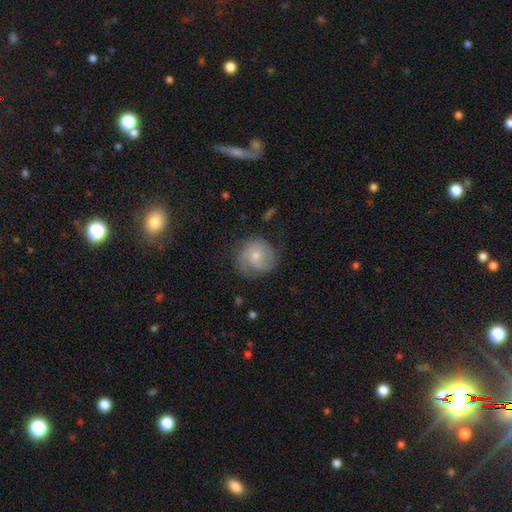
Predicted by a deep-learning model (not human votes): featured or disk 47%, smooth 45%, star or artifact 8%. Down the decision tree: merging — none (67%).